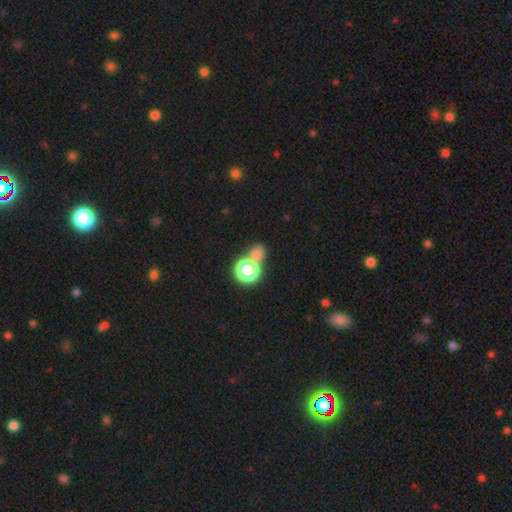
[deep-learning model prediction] Overall: smooth (61%; star or artifact 31%). How rounded: round (76%). Merging: none (52%; merger 34%).